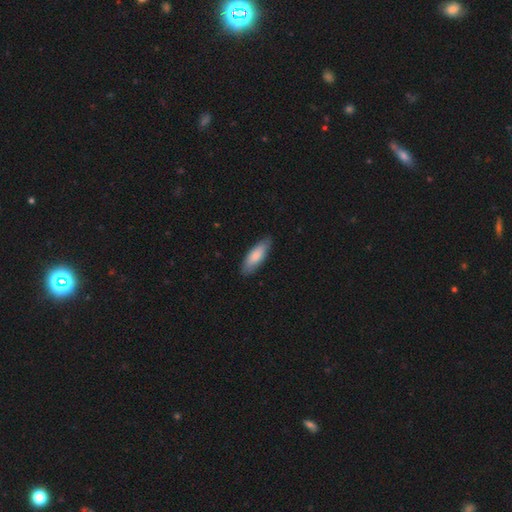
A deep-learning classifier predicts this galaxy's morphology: Smooth or featured? smooth (82%)
How rounded? in between (58%)
Merging? none (85%)